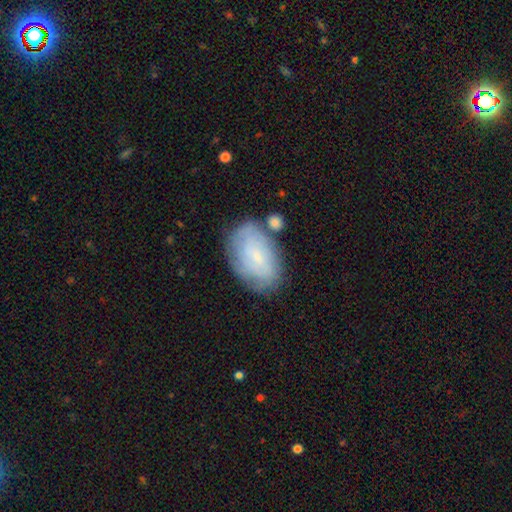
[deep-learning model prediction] Morphology: type=smooth (47%); merging=none (66%).